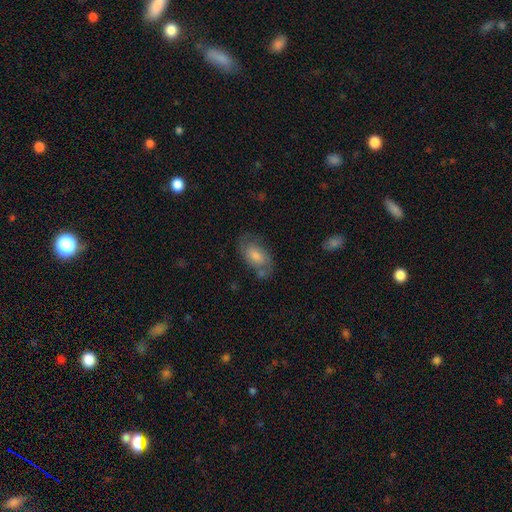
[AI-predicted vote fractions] smooth 61%, featured or disk 32%, star or artifact 7%. Down the decision tree: how rounded — in between (91%); merging — none (62%).